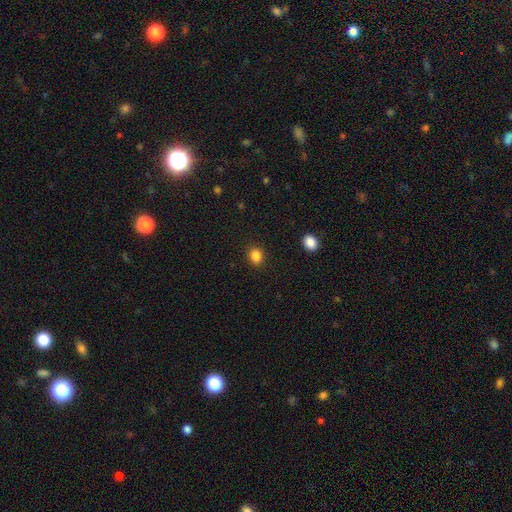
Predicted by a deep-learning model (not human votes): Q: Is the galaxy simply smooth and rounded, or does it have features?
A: smooth — 86%.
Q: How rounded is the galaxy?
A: round — 60%.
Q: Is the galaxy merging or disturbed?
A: none — 89%.